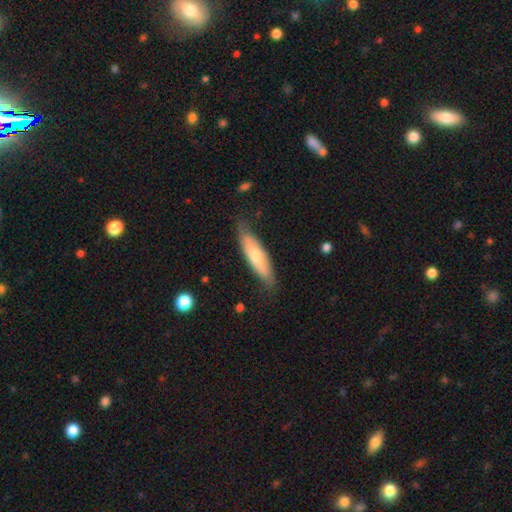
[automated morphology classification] Smooth or featured? smooth (59%)
How rounded? cigar-shaped (58%)
Merging? none (74%)